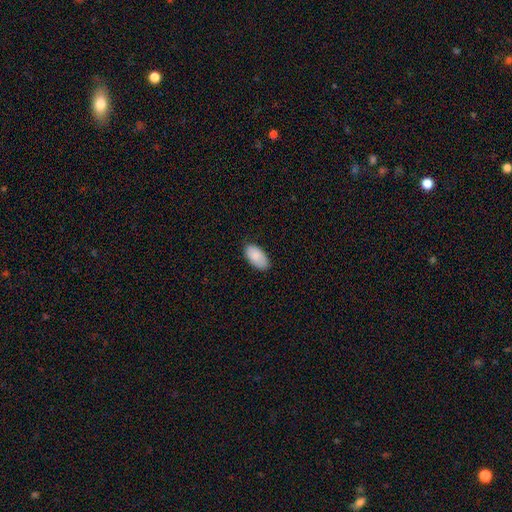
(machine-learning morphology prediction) Smooth or featured?
  - smooth: 88% *
  - star or artifact: 6%
  - featured or disk: 6%
How rounded?
  - in between: 96% *
  - round: 3%
  - cigar-shaped: 2%
Merging?
  - none: 81% *
  - minor disturbance: 16%
  - major disturbance: 2%
  - merger: 1%